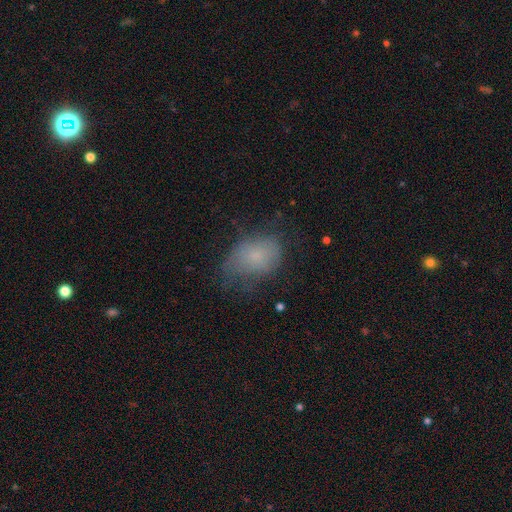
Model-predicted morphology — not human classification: This appears to be a smooth galaxy with no disk features (68%) that is in between round and cigar-shaped (75%). Merging: none (48%).